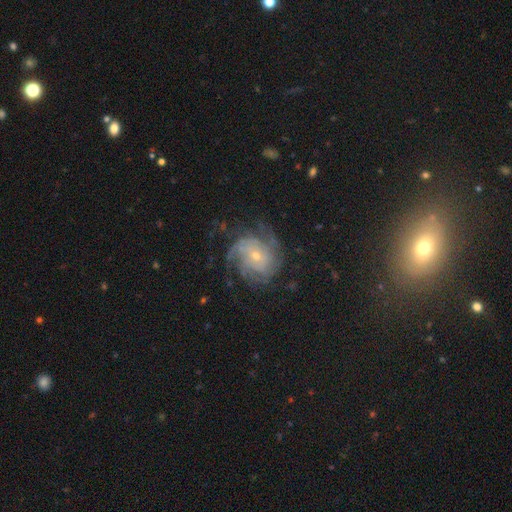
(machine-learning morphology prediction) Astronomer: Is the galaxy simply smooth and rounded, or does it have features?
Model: featured or disk — 82%.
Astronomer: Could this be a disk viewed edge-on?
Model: no — 97%.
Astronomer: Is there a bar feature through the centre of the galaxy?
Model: no — 75%.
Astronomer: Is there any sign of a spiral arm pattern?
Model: yes — 94%.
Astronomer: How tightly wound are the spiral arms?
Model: tight — 52% (runner-up: medium, 34%).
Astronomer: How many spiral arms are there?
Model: can't tell — 31% (runner-up: 3, 20%).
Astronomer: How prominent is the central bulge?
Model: small — 72%.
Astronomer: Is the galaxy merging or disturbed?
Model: none — 65%.